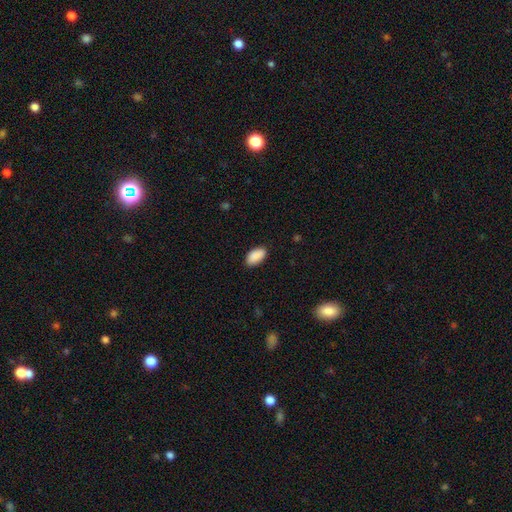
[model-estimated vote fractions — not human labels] Smooth or featured? Predicted: smooth (p=0.91). How rounded? Predicted: in between (p=0.95). Merging? Predicted: none (p=0.86).